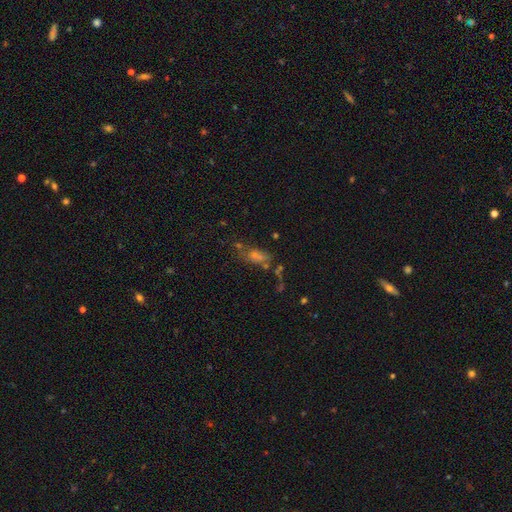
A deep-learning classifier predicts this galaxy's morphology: Smooth or featured?
  - smooth: 45% *
  - star or artifact: 32%
  - featured or disk: 23%
Merging?
  - none: 45% *
  - merger: 19%
  - major disturbance: 18%
  - minor disturbance: 18%